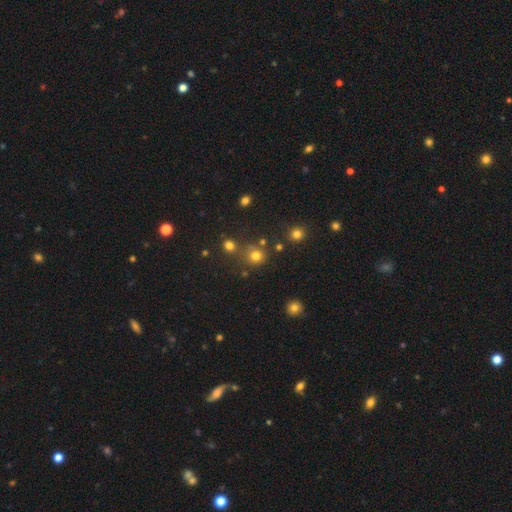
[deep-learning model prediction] smooth_or_featured: smooth (p=0.76) [alt: star or artifact p=0.18]
how_rounded: round (p=0.89) [alt: in between p=0.10]
merging: none (p=0.73) [alt: merger p=0.14]